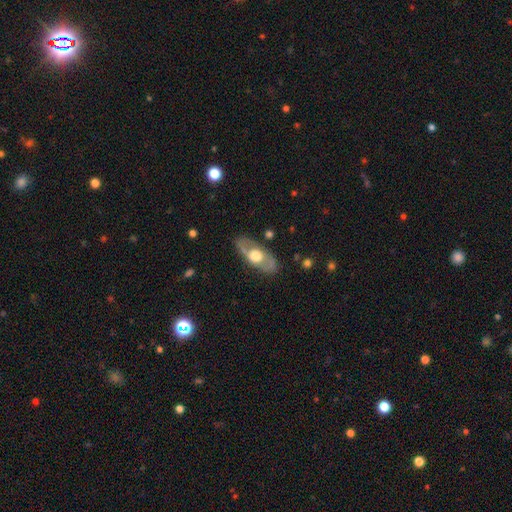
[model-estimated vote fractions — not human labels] Overall: featured or disk (60%; smooth 35%). Edge-on disk: no (66%; yes 34%). Merging: none (80%).